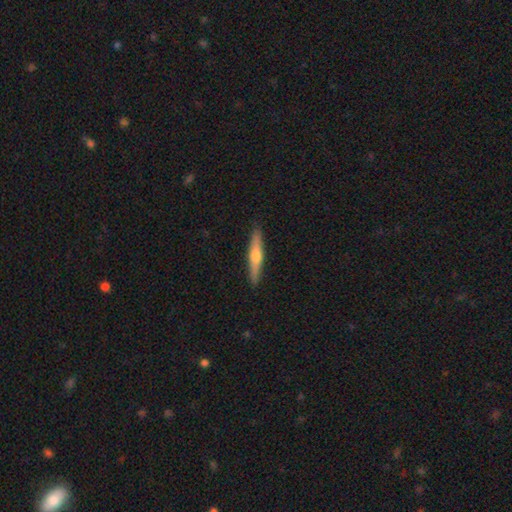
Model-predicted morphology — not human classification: Q: Smooth or featured?
A: featured or disk (51%); runner-up: smooth (43%)
Q: Edge-on disk?
A: yes (96%); runner-up: no (4%)
Q: Merging?
A: none (91%); runner-up: minor disturbance (7%)